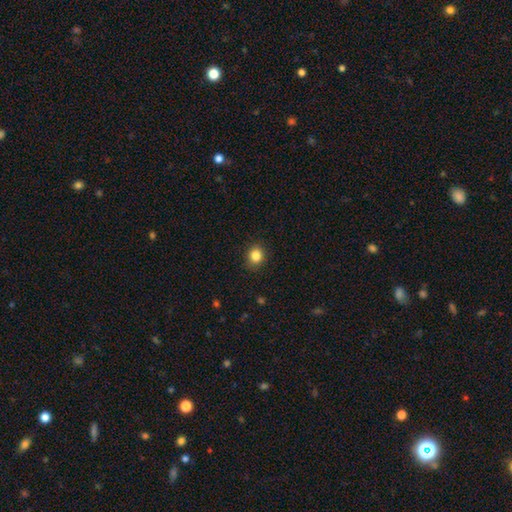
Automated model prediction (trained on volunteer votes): Q: Smooth or featured?
A: smooth (85%); runner-up: star or artifact (11%)
Q: How rounded?
A: round (74%); runner-up: in between (25%)
Q: Merging?
A: none (89%); runner-up: minor disturbance (8%)